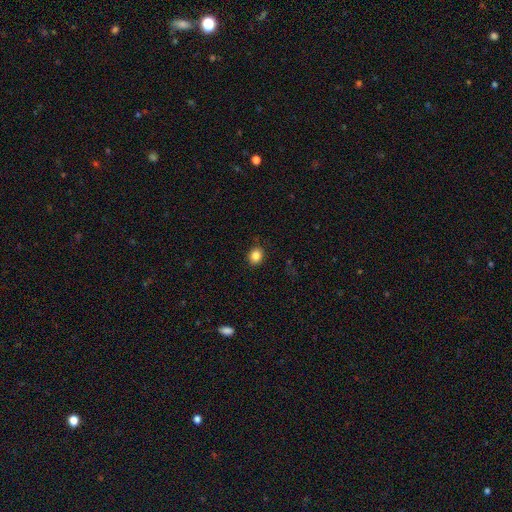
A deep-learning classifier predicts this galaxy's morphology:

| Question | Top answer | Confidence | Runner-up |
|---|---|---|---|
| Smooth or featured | smooth | 85% | star or artifact (10%) |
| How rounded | round | 56% | in between (43%) |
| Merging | none | 87% | minor disturbance (10%) |